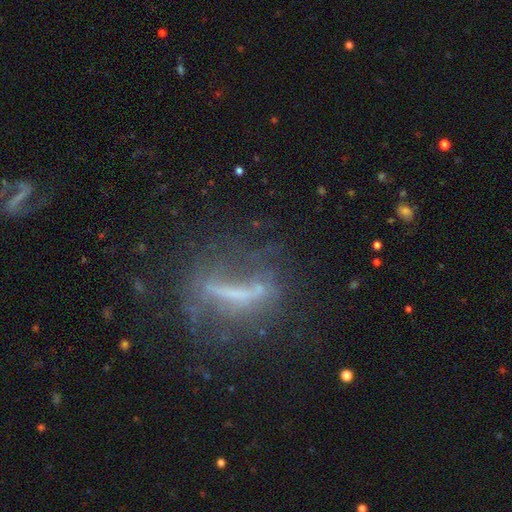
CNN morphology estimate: Smooth or featured?
  - featured or disk: 60% *
  - smooth: 22%
  - star or artifact: 18%
Edge-on disk?
  - no: 58% *
  - yes: 42%
Merging?
  - none: 56% *
  - minor disturbance: 20%
  - major disturbance: 19%
  - merger: 5%